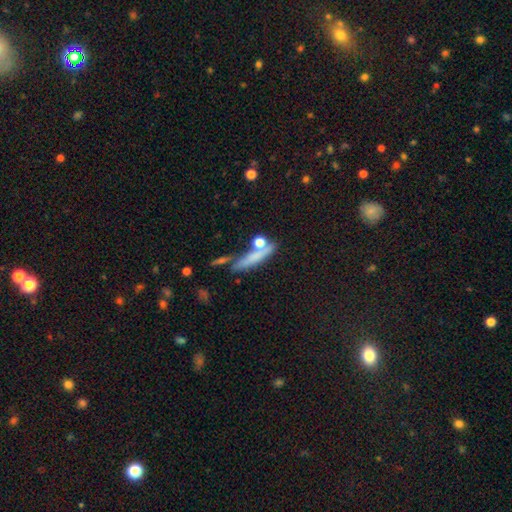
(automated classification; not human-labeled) A smooth galaxy with no disk features (62%) that is cigar-shaped (80%).

Vote fractions:
- Smooth or featured? smooth: 62% / featured or disk: 26% / star or artifact: 12%
- How rounded? cigar-shaped: 80% / in between: 13% / round: 7%
- Merging? none: 61% / minor disturbance: 16% / merger: 16% / major disturbance: 7%